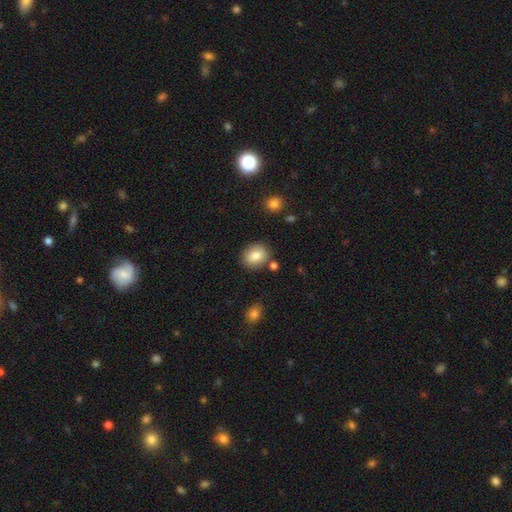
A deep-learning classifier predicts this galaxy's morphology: smooth 83%, featured or disk 9%, star or artifact 8%. Down the decision tree: how rounded — round (56%); merging — none (82%).